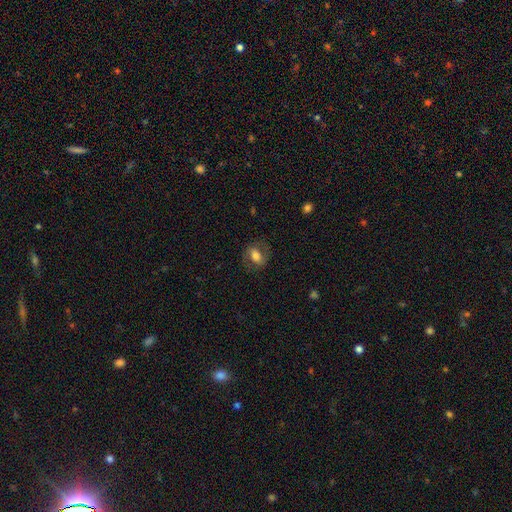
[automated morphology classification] smooth-or-featured: smooth: 61% | featured or disk: 31% | star or artifact: 9%
  how-rounded: in between: 74% | round: 24% | cigar-shaped: 2%
  merging: none: 72% | minor disturbance: 16% | major disturbance: 11% | merger: 1%